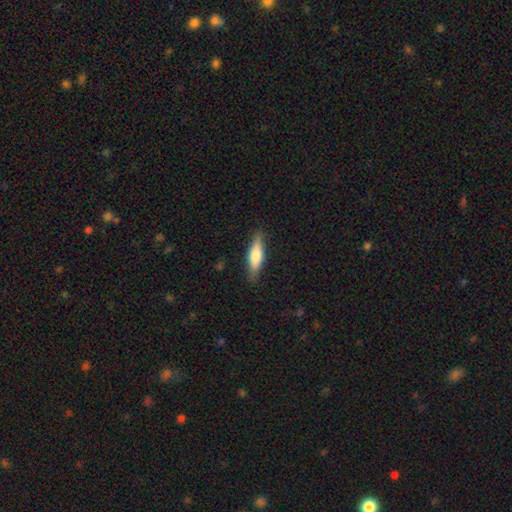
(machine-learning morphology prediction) A smooth galaxy with no disk features (64%) that is cigar-shaped (60%). Merging: none (85%).